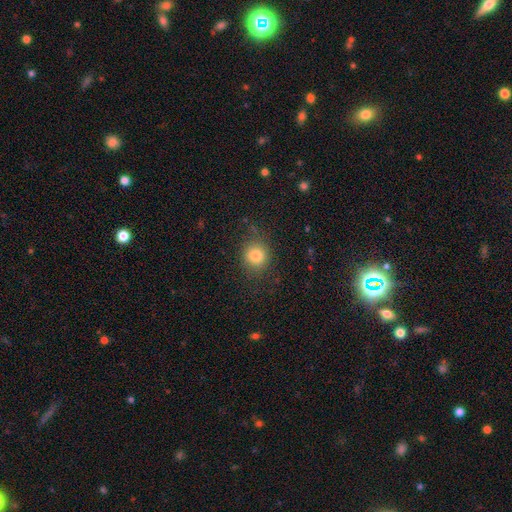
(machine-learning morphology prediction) Smooth or featured?
  - smooth: 80% *
  - star or artifact: 12%
  - featured or disk: 8%
How rounded?
  - round: 83% *
  - in between: 16%
  - cigar-shaped: 1%
Merging?
  - none: 82% *
  - minor disturbance: 12%
  - major disturbance: 5%
  - merger: 1%